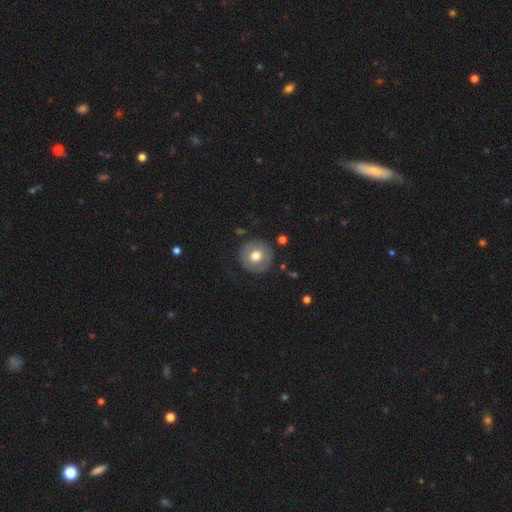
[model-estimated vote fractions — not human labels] This appears to be a smooth galaxy with no disk features (64%) that is round (94%). Merging: none (86%).